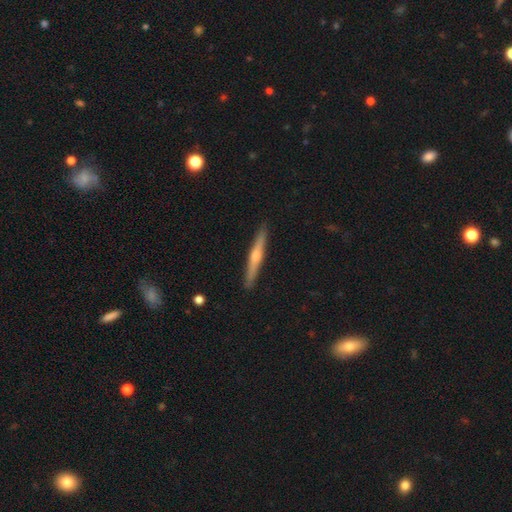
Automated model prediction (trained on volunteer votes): Morphology: type=featured or disk (61%); edge-on=yes (98%); edge-on bulge=rounded (78%); merging=none (91%).